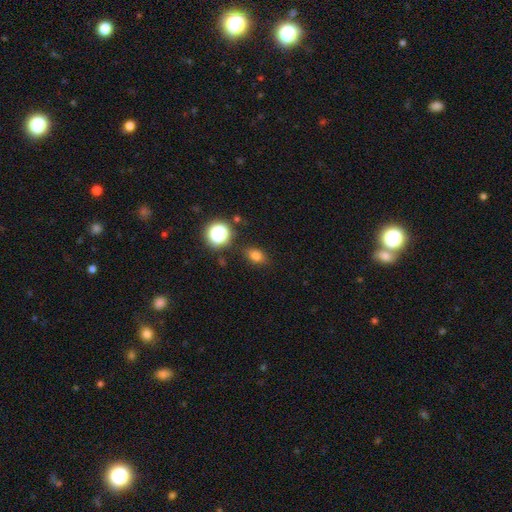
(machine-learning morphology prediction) Smooth or featured: smooth — 76% (star or artifact — 17%)
How rounded: in between — 67% (round — 32%)
Merging: none — 84% (minor disturbance — 11%)